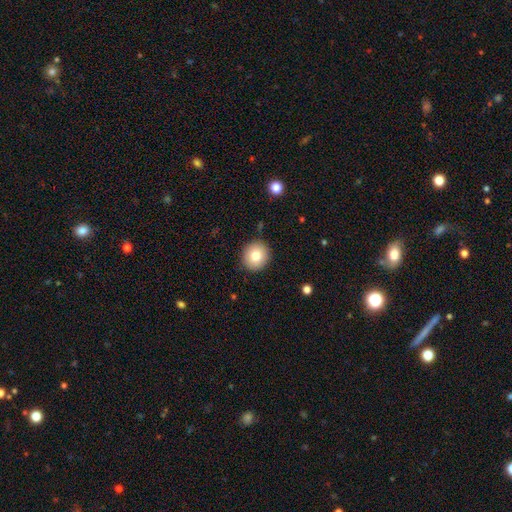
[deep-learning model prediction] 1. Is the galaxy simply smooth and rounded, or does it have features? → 79% smooth, 11% featured or disk, 9% star or artifact.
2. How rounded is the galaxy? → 90% round, 9% in between, 1% cigar-shaped.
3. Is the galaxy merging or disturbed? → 90% none, 6% minor disturbance, 2% major disturbance, 1% merger.